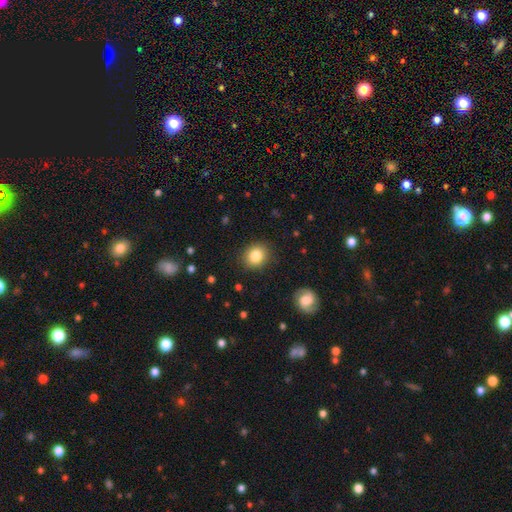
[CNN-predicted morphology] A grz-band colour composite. It shows a smooth galaxy with no disk features (83%) that is round (72%). Merging: none (88%).